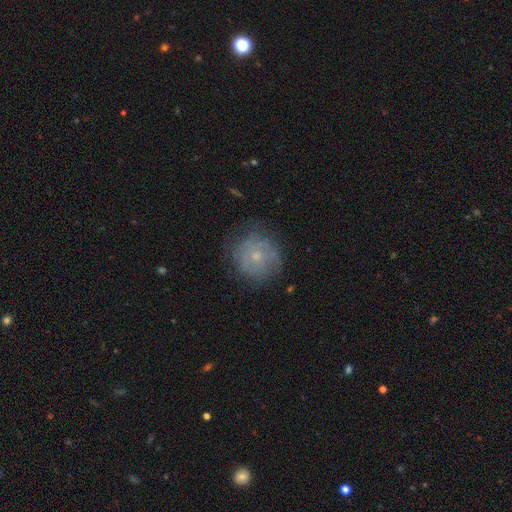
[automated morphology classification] smooth_or_featured: smooth (p=0.48) [alt: featured or disk p=0.42]
merging: none (p=0.70) [alt: minor disturbance p=0.21]